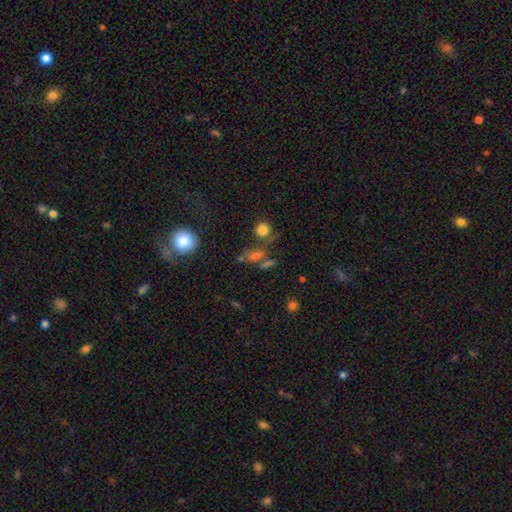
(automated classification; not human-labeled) The model was most divided on "how rounded": round: 47%, in between: 42%, cigar-shaped: 11%. More confident: smooth or featured — smooth (58%); merging — none (55%).